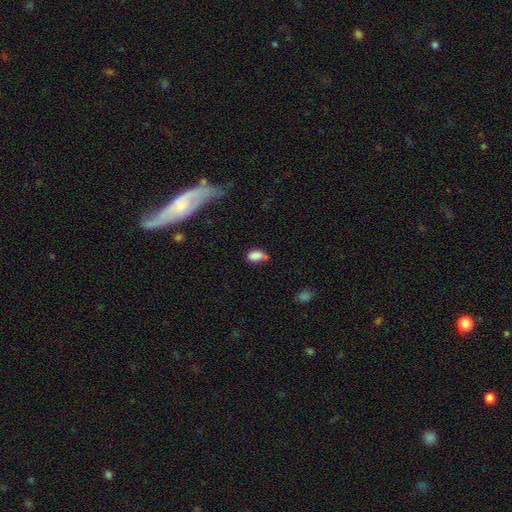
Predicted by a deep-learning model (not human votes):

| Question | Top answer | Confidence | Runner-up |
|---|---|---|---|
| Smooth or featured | smooth | 83% | star or artifact (10%) |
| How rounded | in between | 88% | round (9%) |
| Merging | none | 46% | minor disturbance (35%) |